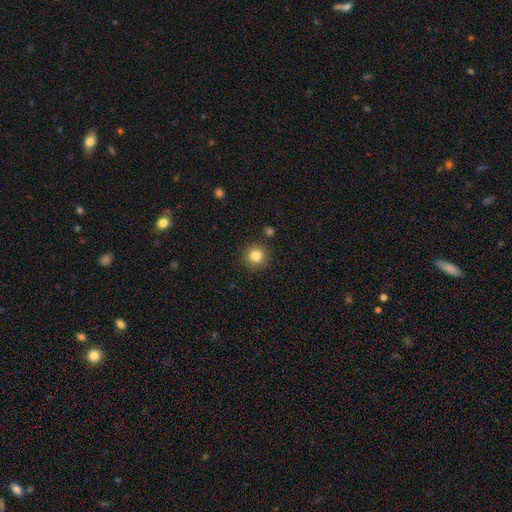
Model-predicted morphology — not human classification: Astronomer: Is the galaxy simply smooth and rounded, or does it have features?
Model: smooth — 83%.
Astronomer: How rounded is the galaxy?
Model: round — 94%.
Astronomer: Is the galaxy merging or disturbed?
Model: none — 89%.